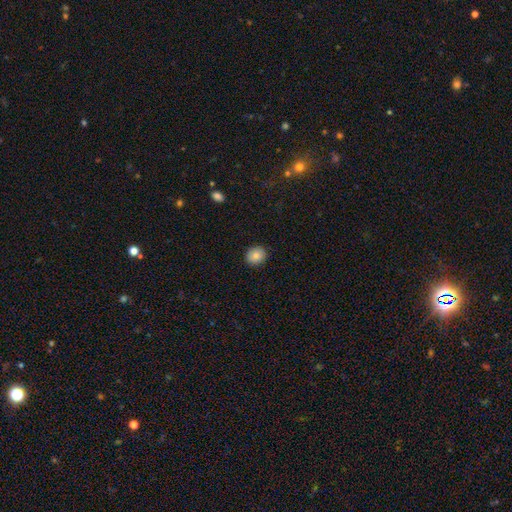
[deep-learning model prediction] Smooth or featured: smooth — 83% (star or artifact — 9%)
How rounded: round — 72% (in between — 27%)
Merging: none — 90% (minor disturbance — 7%)